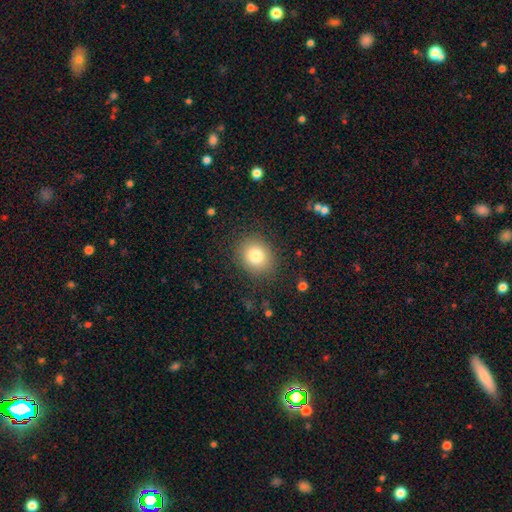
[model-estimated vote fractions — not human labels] Smooth or featured: smooth — 81% (star or artifact — 10%)
How rounded: round — 67% (in between — 32%)
Merging: none — 86% (minor disturbance — 10%)